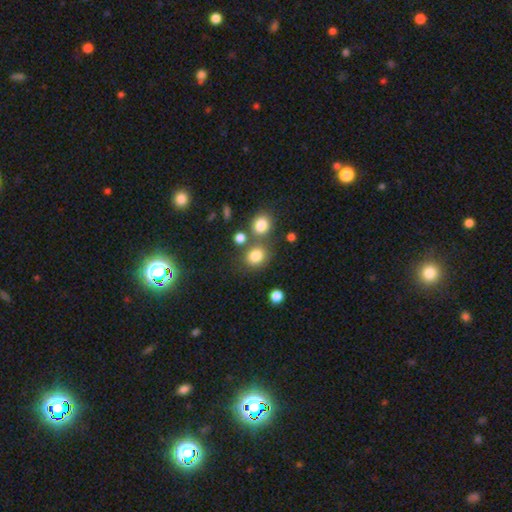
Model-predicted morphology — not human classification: Smooth or featured?
  - smooth: 80% *
  - star or artifact: 13%
  - featured or disk: 7%
How rounded?
  - round: 74% *
  - in between: 25%
  - cigar-shaped: 1%
Merging?
  - none: 64% *
  - merger: 21%
  - minor disturbance: 11%
  - major disturbance: 4%